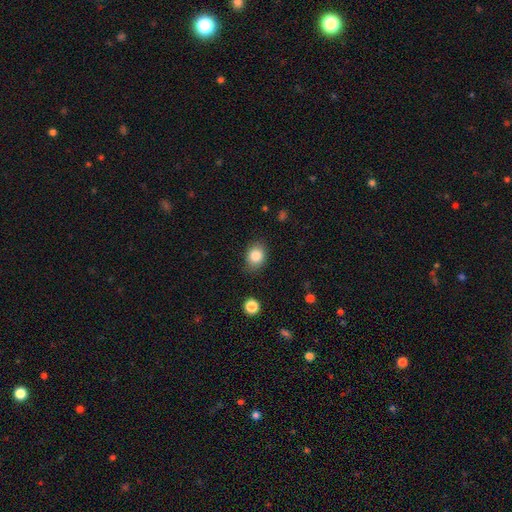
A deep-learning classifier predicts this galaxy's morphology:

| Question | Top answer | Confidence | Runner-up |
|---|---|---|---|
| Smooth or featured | smooth | 84% | star or artifact (9%) |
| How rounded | in between | 56% | round (43%) |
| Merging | none | 82% | minor disturbance (14%) |